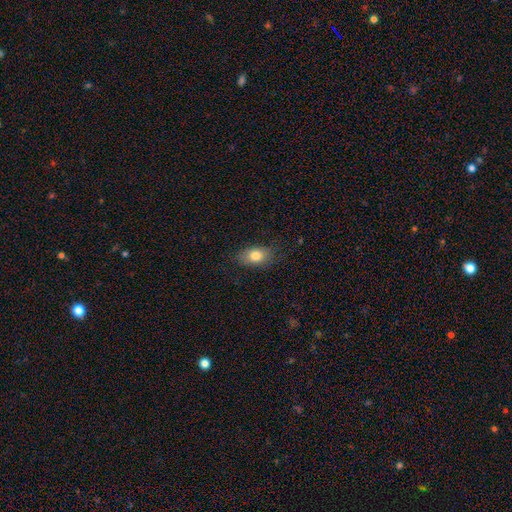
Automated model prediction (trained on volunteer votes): Smooth or featured?
  - smooth: 81% *
  - featured or disk: 10%
  - star or artifact: 9%
How rounded?
  - in between: 82% *
  - round: 16%
  - cigar-shaped: 2%
Merging?
  - none: 79% *
  - minor disturbance: 16%
  - major disturbance: 4%
  - merger: 1%